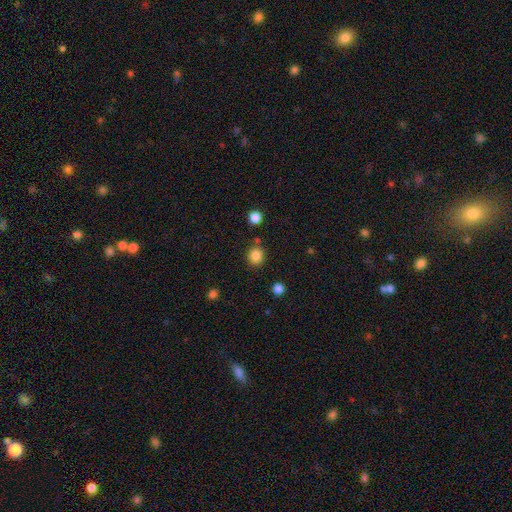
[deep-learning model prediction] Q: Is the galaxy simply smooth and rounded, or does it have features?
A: smooth — 84%.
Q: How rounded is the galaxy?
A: round — 86%.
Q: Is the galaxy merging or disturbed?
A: none — 82%.